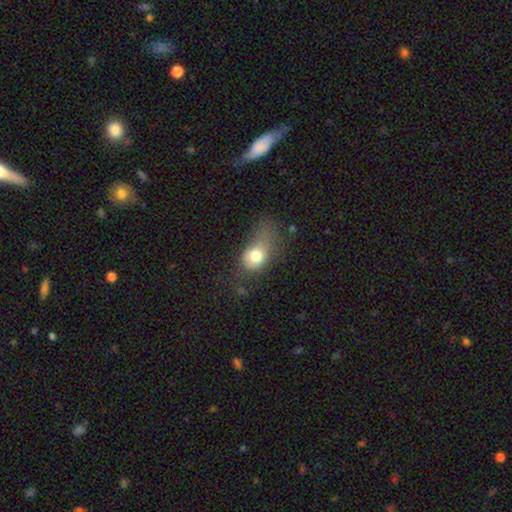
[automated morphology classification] Q: Smooth or featured?
A: smooth (74%); runner-up: featured or disk (15%)
Q: How rounded?
A: in between (67%); runner-up: round (31%)
Q: Merging?
A: major disturbance (39%); runner-up: minor disturbance (29%)